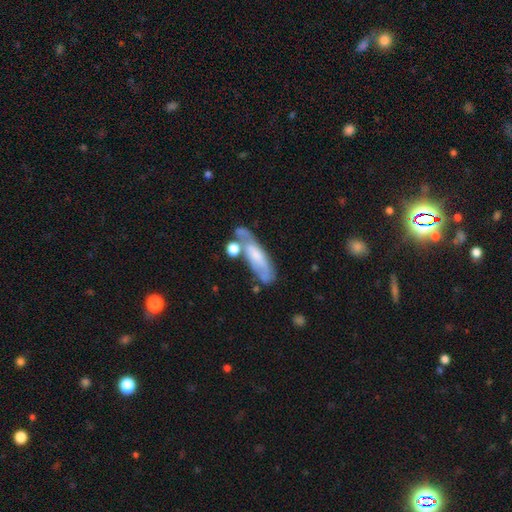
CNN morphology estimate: Overall: smooth (47%; featured or disk 46%). Merging: none (41%; merger 23%).